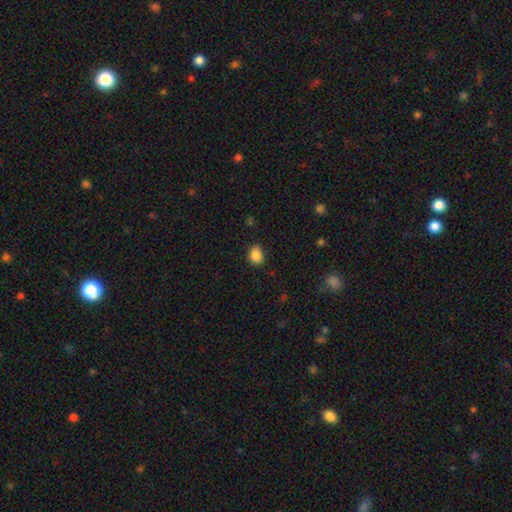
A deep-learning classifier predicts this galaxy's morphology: Smooth or featured?
  - smooth: 85% *
  - star or artifact: 10%
  - featured or disk: 5%
How rounded?
  - in between: 50% *
  - round: 49%
  - cigar-shaped: 1%
Merging?
  - none: 72% *
  - minor disturbance: 22%
  - major disturbance: 3%
  - merger: 2%